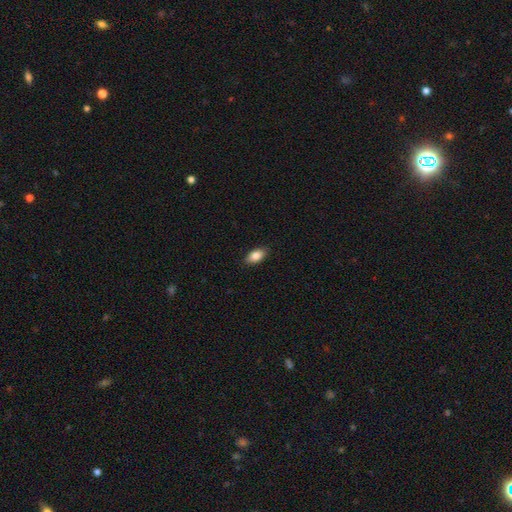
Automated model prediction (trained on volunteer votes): smooth 86%, star or artifact 7%, featured or disk 7%. Down the decision tree: how rounded — in between (91%); merging — none (88%).